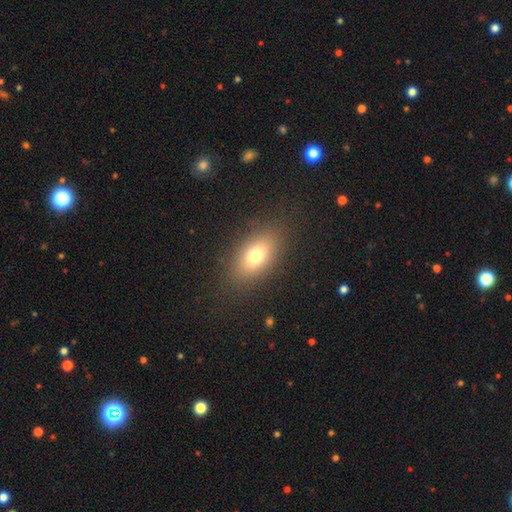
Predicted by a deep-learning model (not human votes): Smooth or featured? Predicted: smooth (p=0.72). How rounded? Predicted: in between (p=0.84). Merging? Predicted: none (p=0.84).